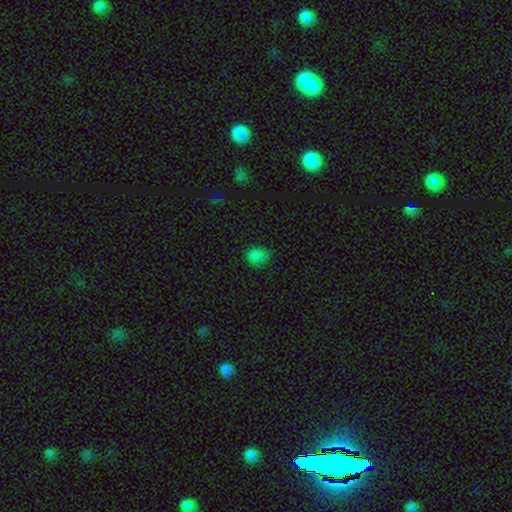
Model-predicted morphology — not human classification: type=smooth (77%); roundness=round (54%); merging=none (61%).